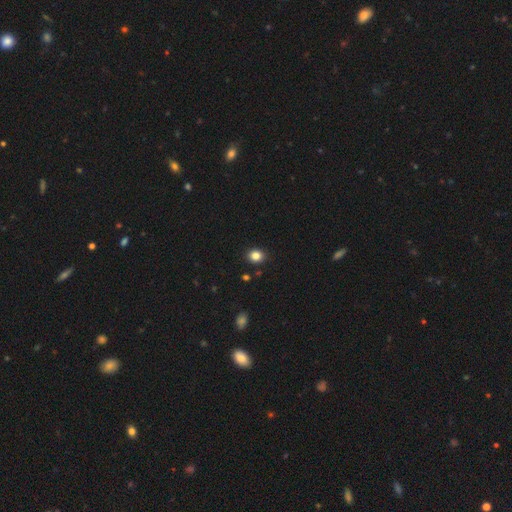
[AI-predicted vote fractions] A smooth galaxy with no disk features (84%) that is round (64%).

Vote fractions:
- Smooth or featured? smooth: 84% / star or artifact: 11% / featured or disk: 5%
- How rounded? round: 64% / in between: 35% / cigar-shaped: 1%
- Merging? none: 89% / minor disturbance: 7% / major disturbance: 2% / merger: 2%